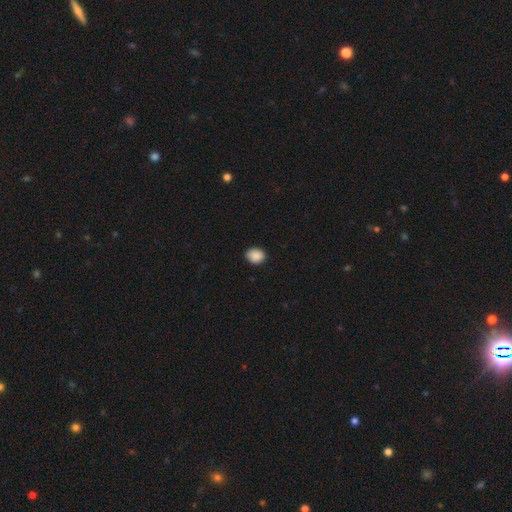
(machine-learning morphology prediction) Q: Smooth or featured?
A: smooth (88%); runner-up: star or artifact (8%)
Q: How rounded?
A: round (59%); runner-up: in between (40%)
Q: Merging?
A: none (85%); runner-up: minor disturbance (12%)